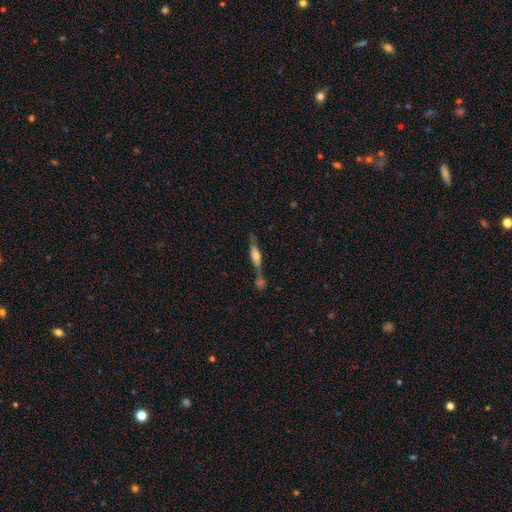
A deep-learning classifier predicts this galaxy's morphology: Smooth or featured? featured or disk (53%)
Edge-on disk? yes (86%)
Merging? none (40%, tied with merger)